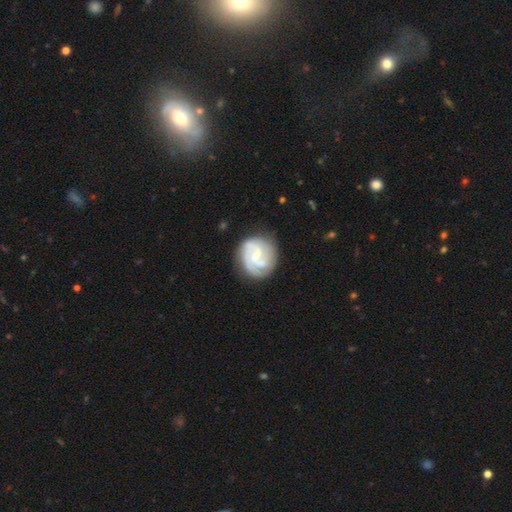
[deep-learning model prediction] Smooth or featured? featured or disk (84%)
Edge-on disk? no (98%)
Bar? weak (50%)
Spiral arms? yes (97%)
Spiral winding? tight (51%)
Spiral arm count? 2 (45%)
Bulge size? small (62%)
Merging? none (76%)